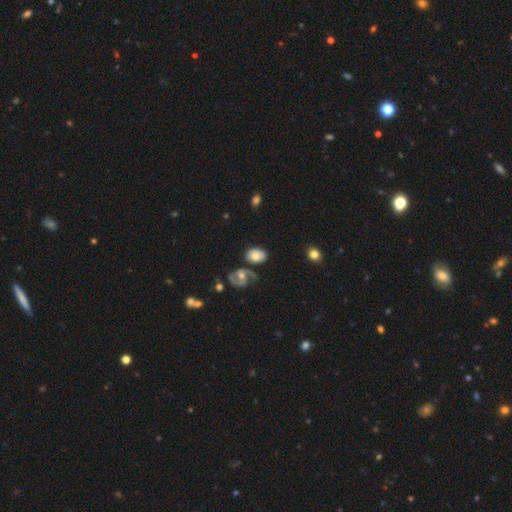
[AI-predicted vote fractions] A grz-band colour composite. It shows a smooth galaxy with no disk features (58%) that is in between round and cigar-shaped (74%). Merging: none (57%).